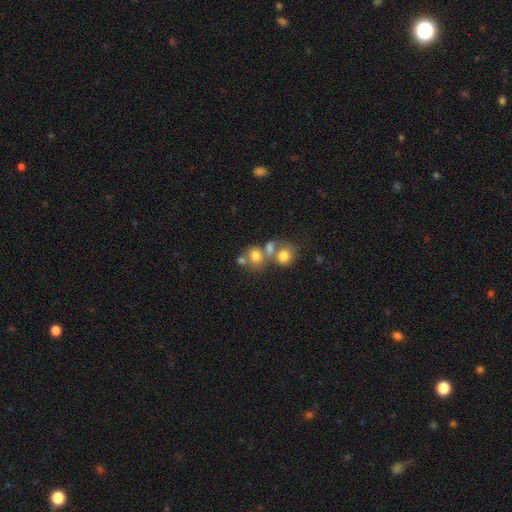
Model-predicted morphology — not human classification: smooth-or-featured: smooth: 71% | featured or disk: 16% | star or artifact: 13%
  how-rounded: round: 67% | in between: 31% | cigar-shaped: 1%
  merging: merger: 45% | none: 39% | minor disturbance: 10% | major disturbance: 6%